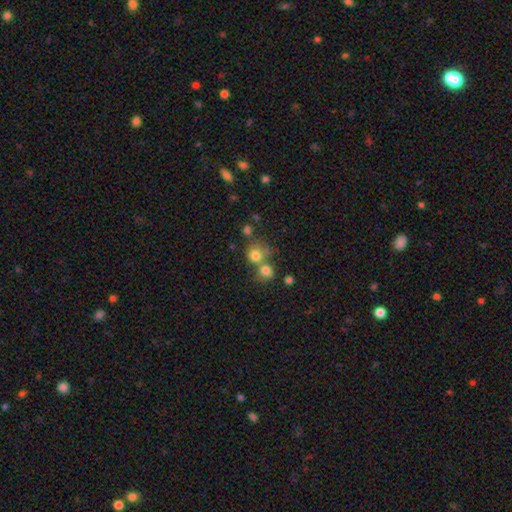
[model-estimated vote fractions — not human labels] Smooth or featured? Predicted: smooth (p=0.76). How rounded? Predicted: round (p=0.83). Merging? Predicted: none (p=0.46).